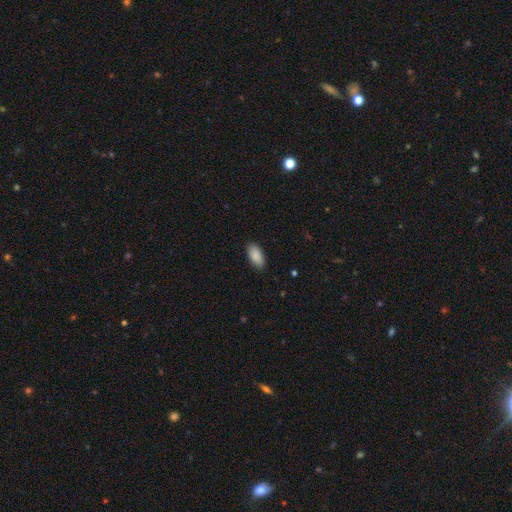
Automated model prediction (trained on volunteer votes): Smooth or featured? Predicted: smooth (p=0.90). How rounded? Predicted: in between (p=0.92). Merging? Predicted: none (p=0.88).